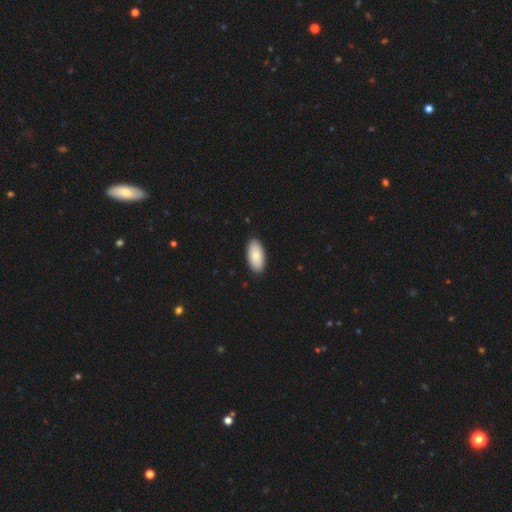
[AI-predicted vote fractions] This is clearly a smooth galaxy (86%). How rounded: clearly in between (95%). Merging: clearly none (89%).